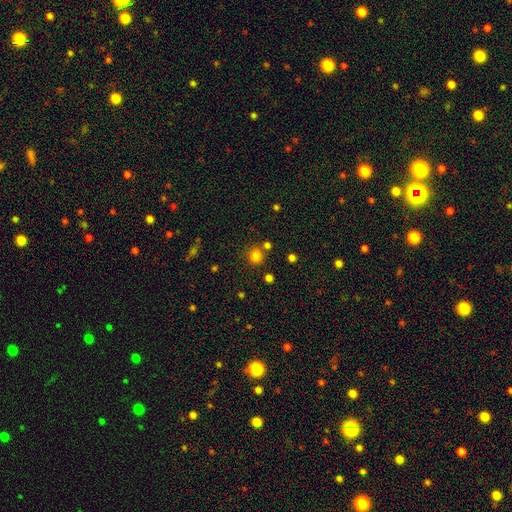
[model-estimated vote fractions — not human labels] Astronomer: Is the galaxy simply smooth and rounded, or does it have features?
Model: smooth — 79%.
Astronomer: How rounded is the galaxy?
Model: round — 89%.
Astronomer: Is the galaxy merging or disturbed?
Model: none — 75%.